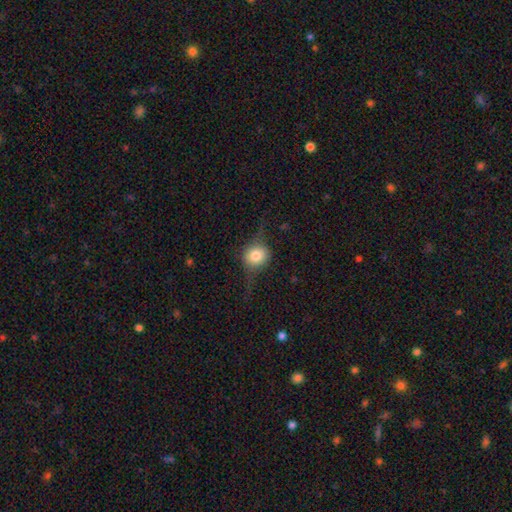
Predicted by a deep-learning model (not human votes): smooth 51%, featured or disk 39%, star or artifact 10%. Down the decision tree: how rounded — round (79%); merging — none (63%).